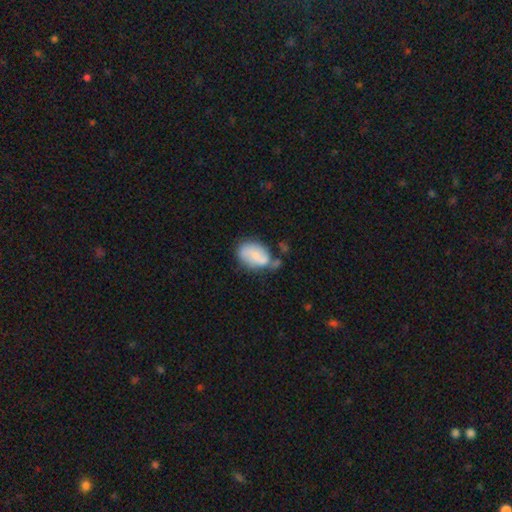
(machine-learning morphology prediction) Smooth or featured?
  - smooth: 65% *
  - featured or disk: 27%
  - star or artifact: 8%
How rounded?
  - in between: 82% *
  - round: 17%
  - cigar-shaped: 1%
Merging?
  - none: 38% *
  - minor disturbance: 27%
  - merger: 23%
  - major disturbance: 12%